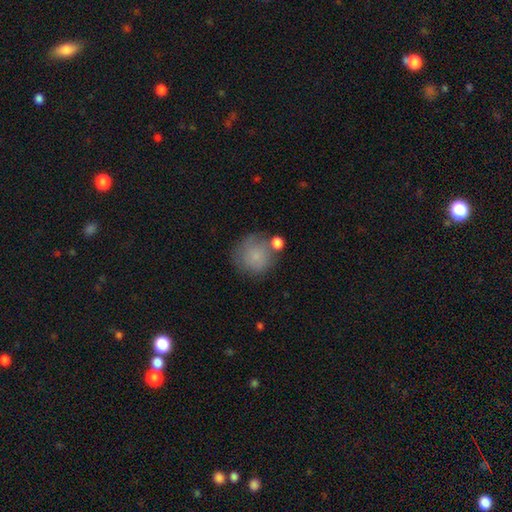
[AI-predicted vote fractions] A smooth galaxy with no disk features (78%) that is round (91%).

Vote fractions:
- Smooth or featured? smooth: 78% / featured or disk: 13% / star or artifact: 9%
- How rounded? round: 91% / in between: 8% / cigar-shaped: 1%
- Merging? none: 61% / minor disturbance: 18% / merger: 12% / major disturbance: 9%